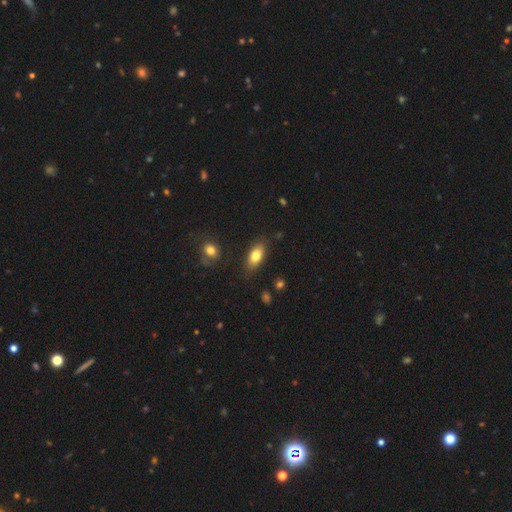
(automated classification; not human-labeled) A smooth galaxy with no disk features (80%) that is in between round and cigar-shaped (86%).

Vote fractions:
- Smooth or featured? smooth: 80% / featured or disk: 13% / star or artifact: 7%
- How rounded? in between: 86% / cigar-shaped: 10% / round: 5%
- Merging? none: 82% / minor disturbance: 12% / major disturbance: 3% / merger: 2%